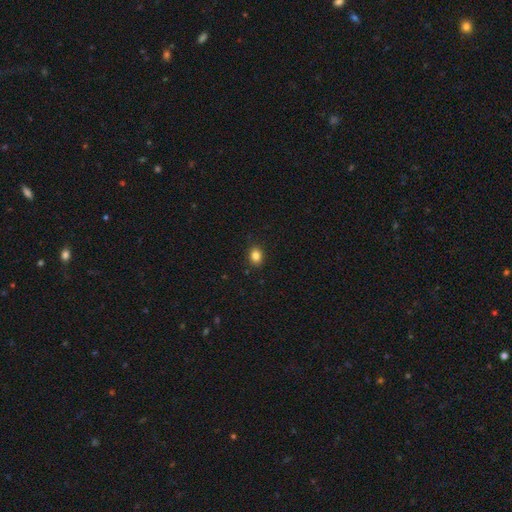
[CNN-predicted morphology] Smooth or featured: smooth — 84% (star or artifact — 11%)
How rounded: round — 52% (in between — 47%)
Merging: none — 89% (minor disturbance — 8%)